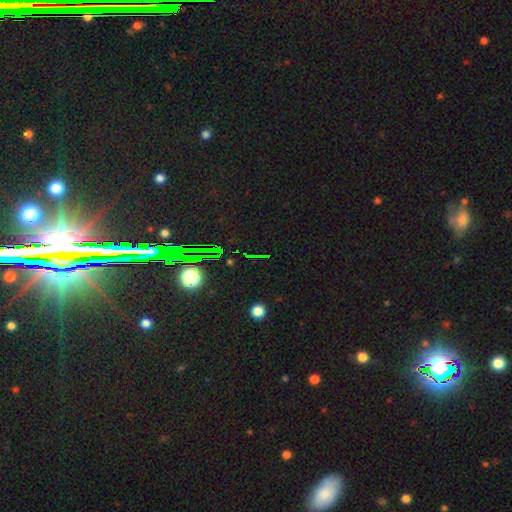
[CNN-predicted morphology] smooth_or_featured: star or artifact (p=0.75) [alt: smooth p=0.15]